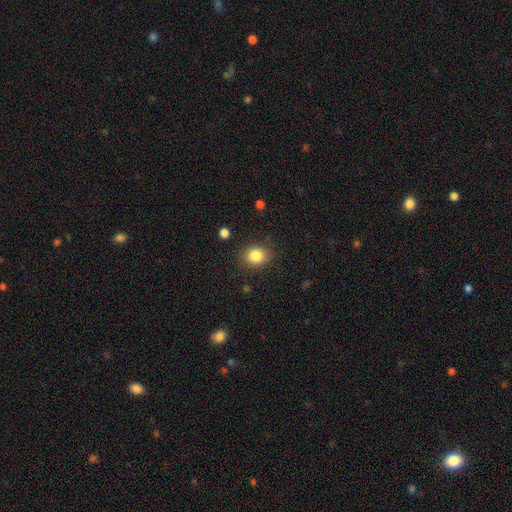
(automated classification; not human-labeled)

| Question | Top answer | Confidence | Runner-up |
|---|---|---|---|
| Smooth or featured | smooth | 85% | star or artifact (10%) |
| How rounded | round | 60% | in between (39%) |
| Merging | none | 86% | minor disturbance (10%) |